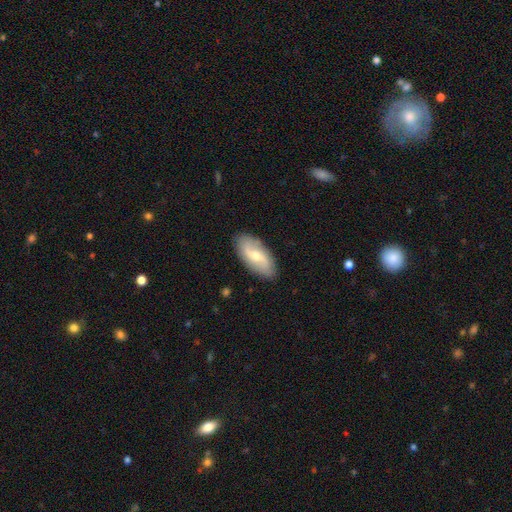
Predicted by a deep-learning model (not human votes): smooth-or-featured: featured or disk: 62% | smooth: 33% | star or artifact: 5%
  disk-edge-on: no: 91% | yes: 9%
    bar: weak: 49% | no: 35% | strong: 17%
    has-spiral-arms: yes: 81% | no: 19%
    bulge-size: moderate: 59% | small: 36% | large: 3% | none: 1% | dominant: 1%
  merging: none: 86% | minor disturbance: 10% | major disturbance: 2% | merger: 1%